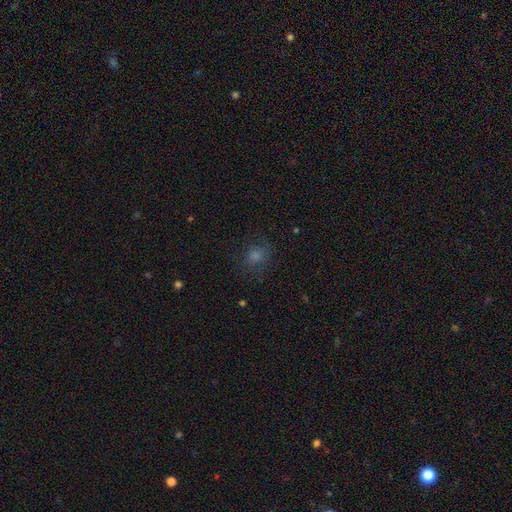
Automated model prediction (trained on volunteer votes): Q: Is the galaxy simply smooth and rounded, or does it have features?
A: smooth — 59%.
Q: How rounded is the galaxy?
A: round — 72%.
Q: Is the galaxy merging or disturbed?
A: none — 78%.